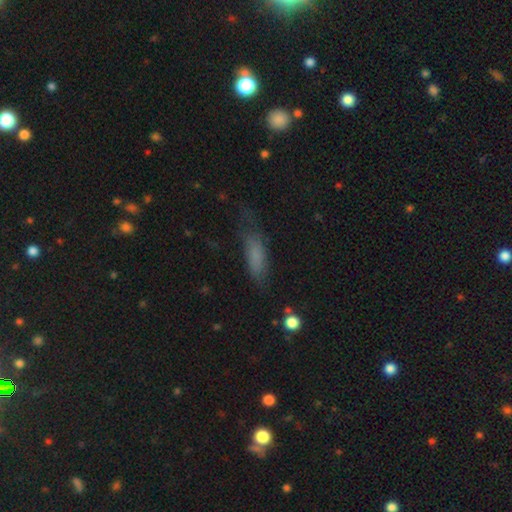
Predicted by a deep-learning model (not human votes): Morphology: type=smooth (72%); roundness=in between (50%); merging=none (54%).